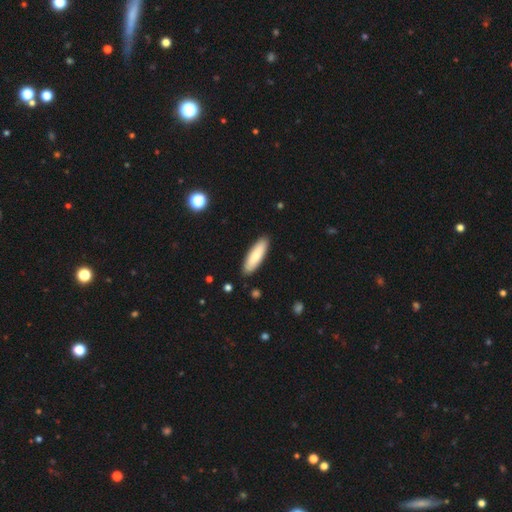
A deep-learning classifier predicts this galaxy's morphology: This is clearly a smooth galaxy (80%). How rounded: possibly cigar-shaped (56%). Merging: clearly none (89%).